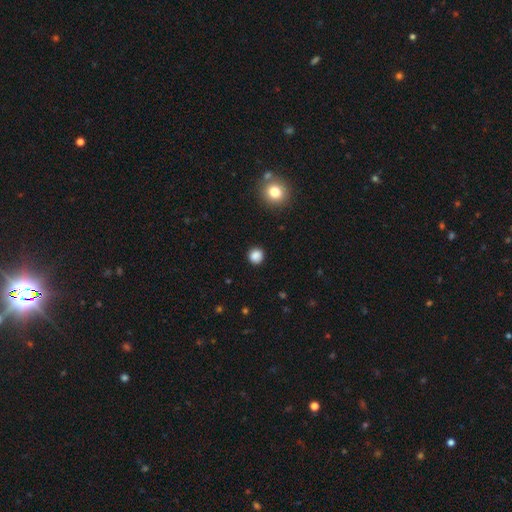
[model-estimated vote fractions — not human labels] This is clearly a smooth galaxy (85%). How rounded: clearly round (90%). Merging: clearly none (89%).